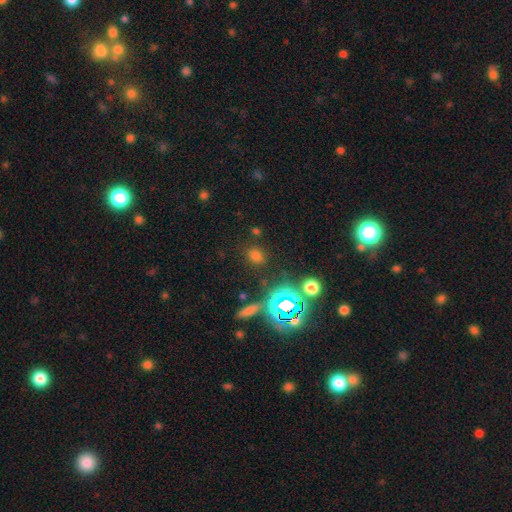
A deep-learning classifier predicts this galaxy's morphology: smooth-or-featured: smooth: 62% | star or artifact: 31% | featured or disk: 7%
  how-rounded: round: 63% | in between: 34% | cigar-shaped: 3%
  merging: none: 82% | minor disturbance: 9% | major disturbance: 4% | merger: 4%